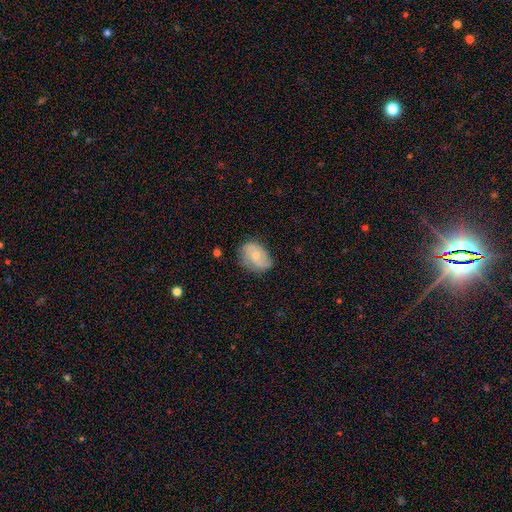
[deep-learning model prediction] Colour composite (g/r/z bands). It shows a smooth galaxy with no disk features (60%) that is in between round and cigar-shaped (78%). Merging: none (64%).